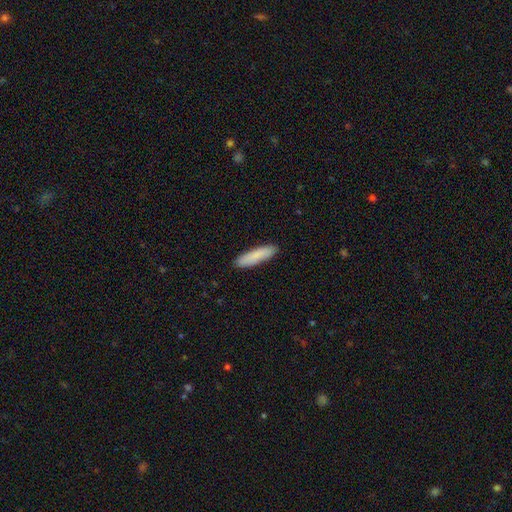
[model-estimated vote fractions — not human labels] Morphology: type=smooth (86%); roundness=cigar-shaped (74%); merging=none (90%).